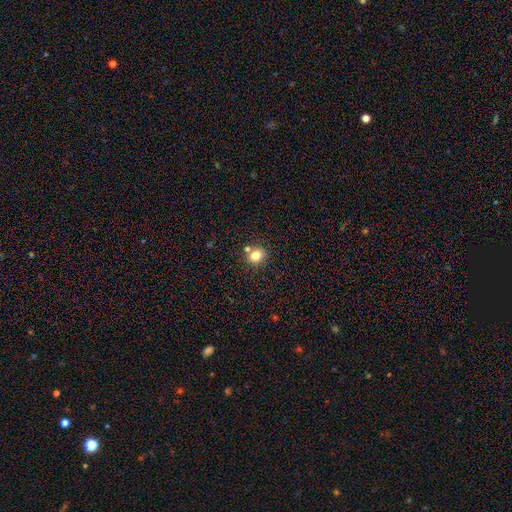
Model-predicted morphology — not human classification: A smooth galaxy with no disk features (79%) that is round (68%).

Vote fractions:
- Smooth or featured? smooth: 79% / star or artifact: 13% / featured or disk: 9%
- How rounded? round: 68% / in between: 31% / cigar-shaped: 1%
- Merging? none: 73% / merger: 14% / minor disturbance: 10% / major disturbance: 3%